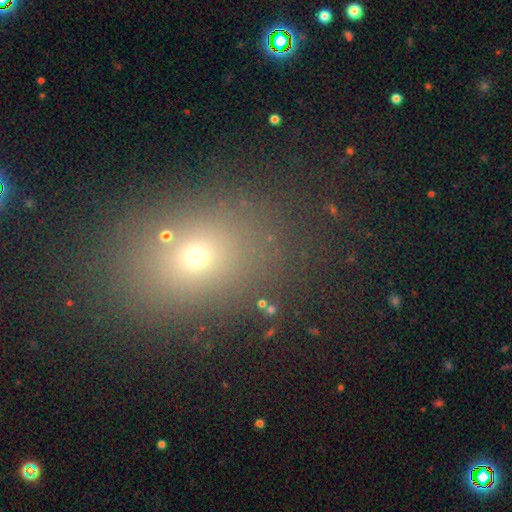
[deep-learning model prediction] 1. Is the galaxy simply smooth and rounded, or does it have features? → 59% smooth, 28% star or artifact, 13% featured or disk.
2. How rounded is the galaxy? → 56% in between, 43% round, 1% cigar-shaped.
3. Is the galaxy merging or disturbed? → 81% none, 9% minor disturbance, 5% major disturbance, 5% merger.